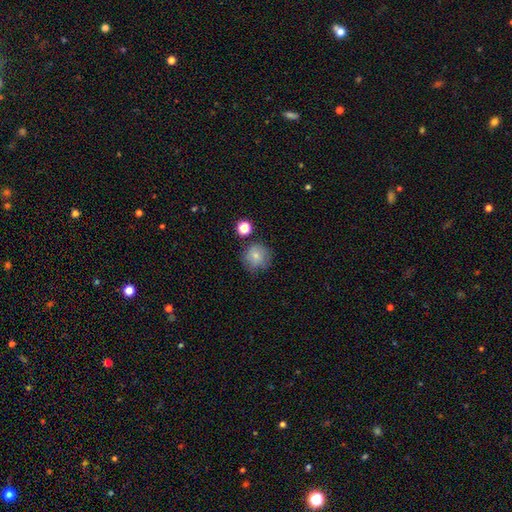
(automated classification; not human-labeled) Smooth or featured: smooth — 76% (featured or disk — 14%)
How rounded: round — 91% (in between — 8%)
Merging: none — 70% (minor disturbance — 17%)